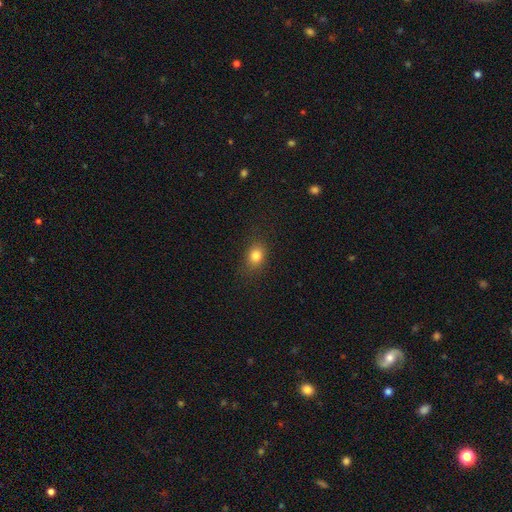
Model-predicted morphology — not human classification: Smooth or featured?
  - smooth: 82% *
  - star or artifact: 12%
  - featured or disk: 7%
How rounded?
  - in between: 56% *
  - round: 43%
  - cigar-shaped: 2%
Merging?
  - none: 82% *
  - minor disturbance: 13%
  - major disturbance: 4%
  - merger: 1%